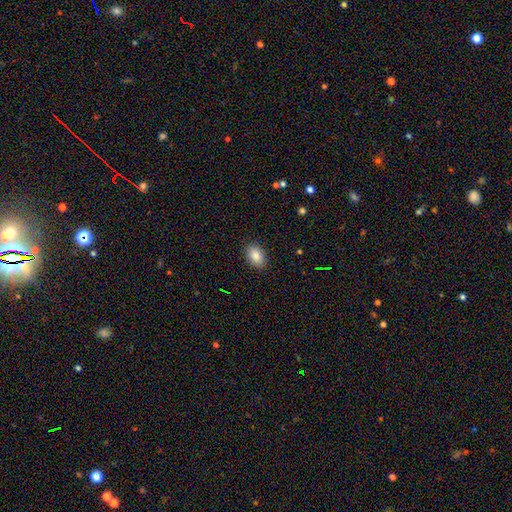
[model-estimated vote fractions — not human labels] Smooth or featured? smooth (87%)
How rounded? in between (87%)
Merging? none (89%)